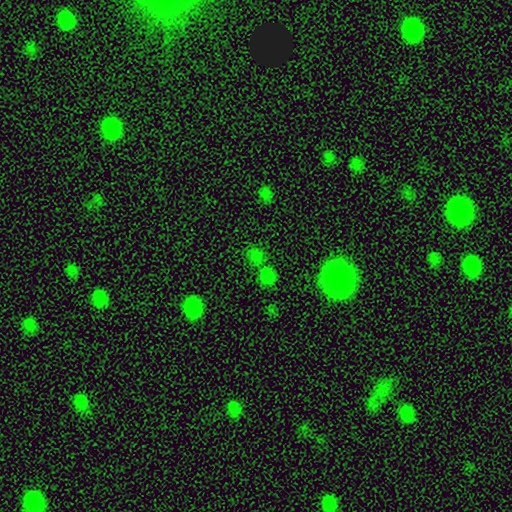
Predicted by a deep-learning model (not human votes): Smooth or featured? star or artifact (52%)